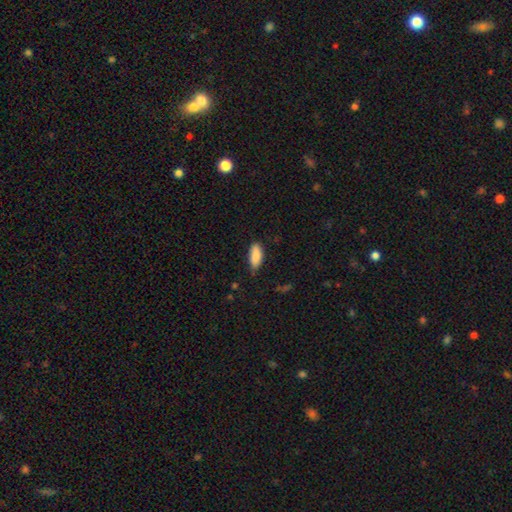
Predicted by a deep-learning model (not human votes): Smooth or featured?
  - smooth: 88% *
  - star or artifact: 7%
  - featured or disk: 5%
How rounded?
  - in between: 80% *
  - cigar-shaped: 18%
  - round: 2%
Merging?
  - none: 73% *
  - minor disturbance: 22%
  - major disturbance: 4%
  - merger: 2%